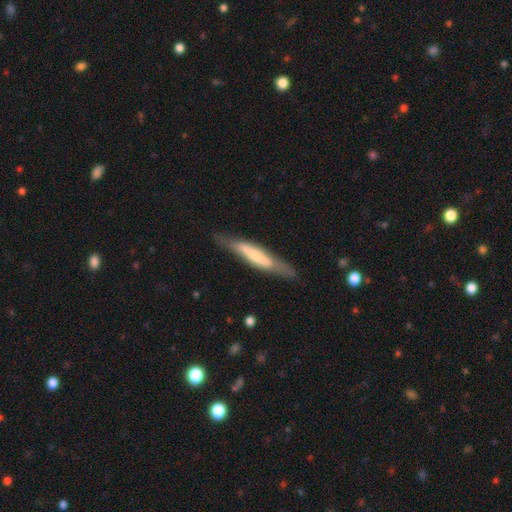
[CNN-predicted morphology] Smooth or featured? Predicted: featured or disk (p=0.50). Merging? Predicted: none (p=0.77).